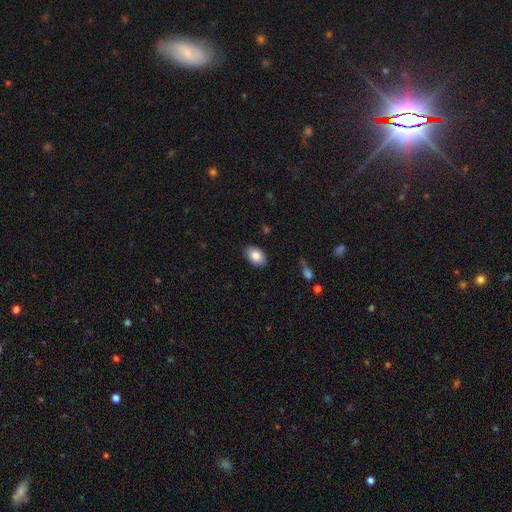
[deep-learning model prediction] Morphology: type=smooth (85%); roundness=in between (88%); merging=none (87%).